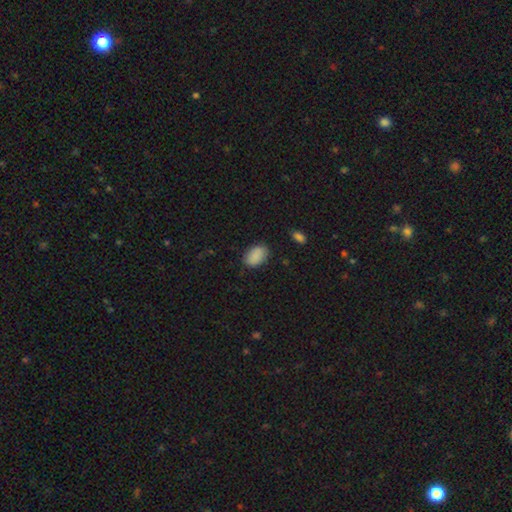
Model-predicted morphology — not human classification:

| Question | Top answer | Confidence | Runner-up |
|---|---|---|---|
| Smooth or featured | smooth | 89% | star or artifact (7%) |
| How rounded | in between | 89% | round (10%) |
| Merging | none | 84% | minor disturbance (12%) |